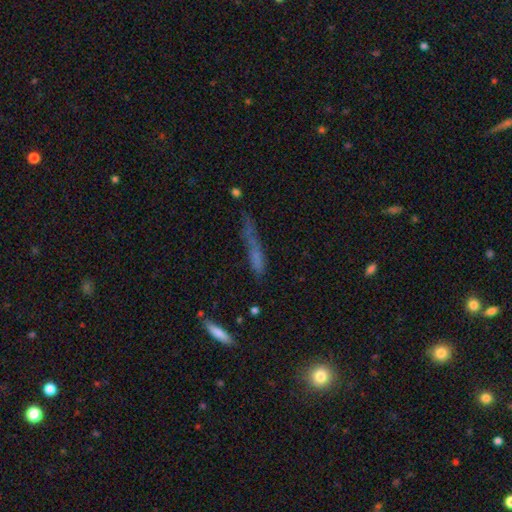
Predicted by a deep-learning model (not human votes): Q: Smooth or featured?
A: smooth (51%); runner-up: featured or disk (29%)
Q: How rounded?
A: cigar-shaped (86%); runner-up: in between (11%)
Q: Merging?
A: none (45%); runner-up: minor disturbance (25%)